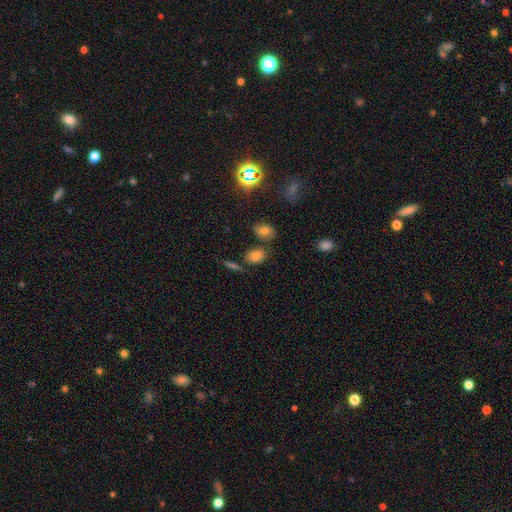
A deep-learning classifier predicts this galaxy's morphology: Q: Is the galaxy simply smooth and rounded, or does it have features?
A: smooth — 77%.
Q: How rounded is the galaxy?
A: in between — 74%.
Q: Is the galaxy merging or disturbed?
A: none — 68%.